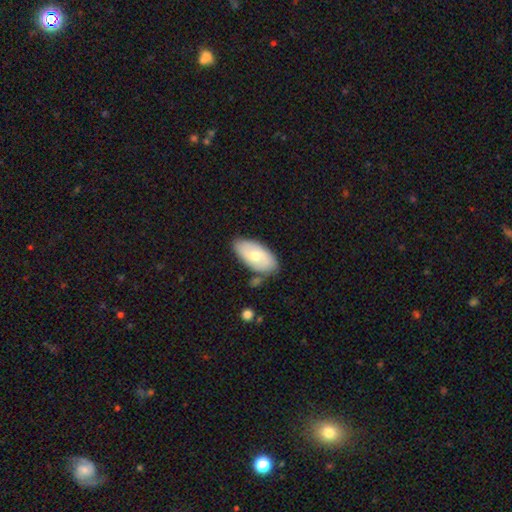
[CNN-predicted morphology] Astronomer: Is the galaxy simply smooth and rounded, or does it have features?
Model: smooth — 56% (runner-up: featured or disk, 38%).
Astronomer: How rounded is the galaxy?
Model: in between — 93%.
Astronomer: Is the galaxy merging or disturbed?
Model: none — 73%.